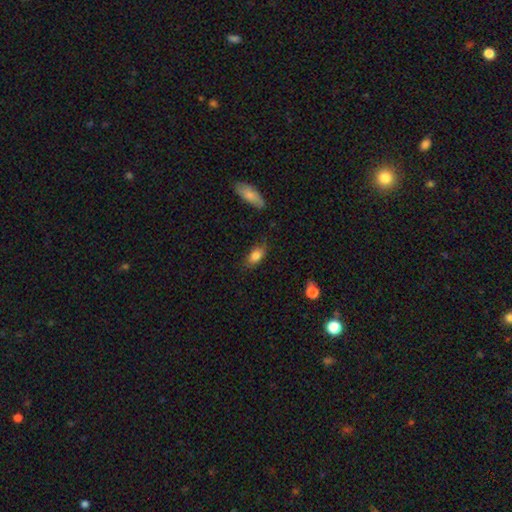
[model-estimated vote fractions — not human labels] A smooth galaxy with no disk features (82%) that is in between round and cigar-shaped (86%). Merging: none (74%).